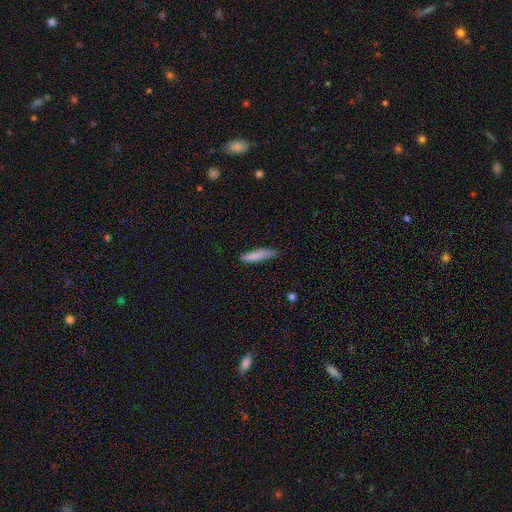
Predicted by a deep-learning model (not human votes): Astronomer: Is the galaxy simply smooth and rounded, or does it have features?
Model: smooth — 84%.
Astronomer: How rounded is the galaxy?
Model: cigar-shaped — 76%.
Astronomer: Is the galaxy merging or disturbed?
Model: none — 68%.